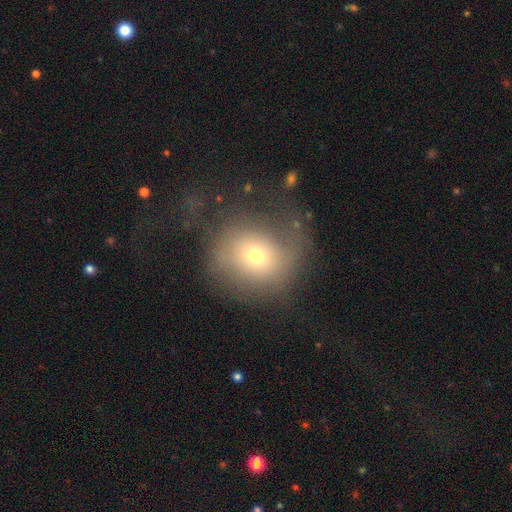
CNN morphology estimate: Smooth or featured: smooth — 58% (featured or disk — 29%)
How rounded: round — 81% (in between — 18%)
Merging: none — 40% (major disturbance — 35%)